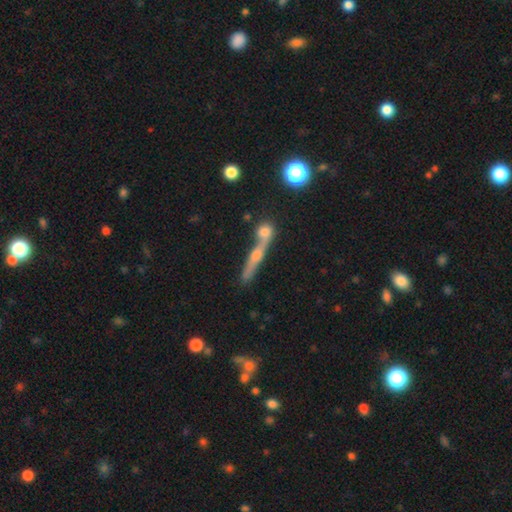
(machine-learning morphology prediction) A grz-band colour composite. It shows a featured or disk galaxy (54%) viewed edge-on (86%). Merging: none (51%).